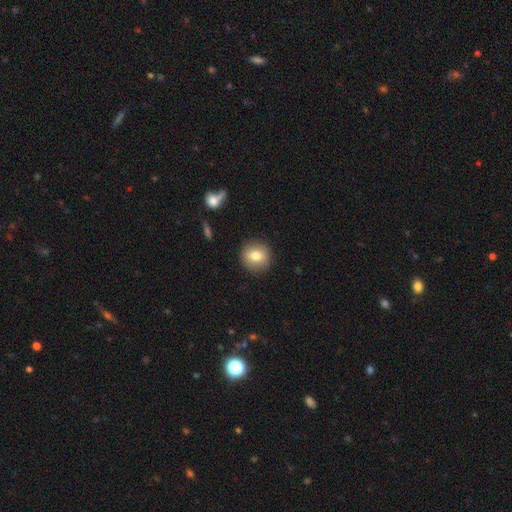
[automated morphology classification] This appears to be a smooth galaxy with no disk features (78%) that is round (91%). Merging: none (90%).